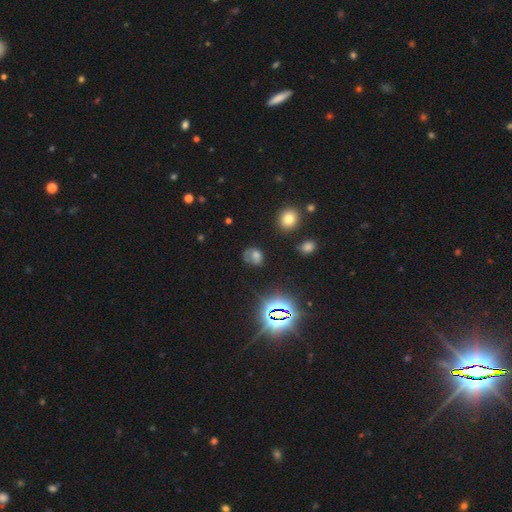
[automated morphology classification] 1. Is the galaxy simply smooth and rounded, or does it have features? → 43% smooth, 36% star or artifact, 21% featured or disk.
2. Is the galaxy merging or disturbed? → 60% none, 21% minor disturbance, 14% major disturbance, 5% merger.